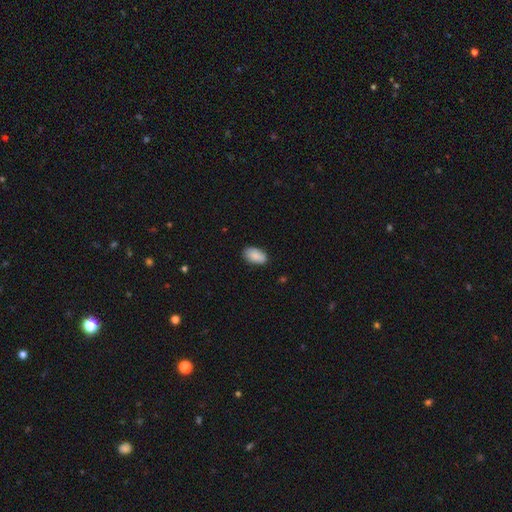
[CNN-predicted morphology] smooth-or-featured: smooth: 89% | star or artifact: 6% | featured or disk: 5%
  how-rounded: in between: 94% | round: 4% | cigar-shaped: 2%
  merging: none: 85% | minor disturbance: 12% | major disturbance: 2% | merger: 1%